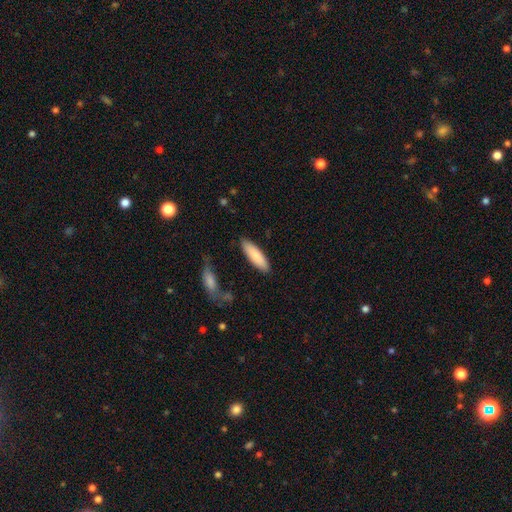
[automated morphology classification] The model was most divided on "how rounded": cigar-shaped: 53%, in between: 46%, round: 1%. More confident: smooth or featured — smooth (85%); merging — none (85%).